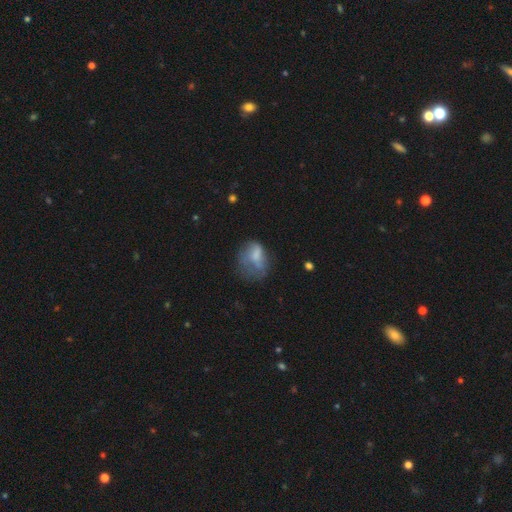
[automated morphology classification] Smooth or featured: smooth — 61% (featured or disk — 28%)
How rounded: in between — 66% (round — 32%)
Merging: major disturbance — 41% (minor disturbance — 28%)